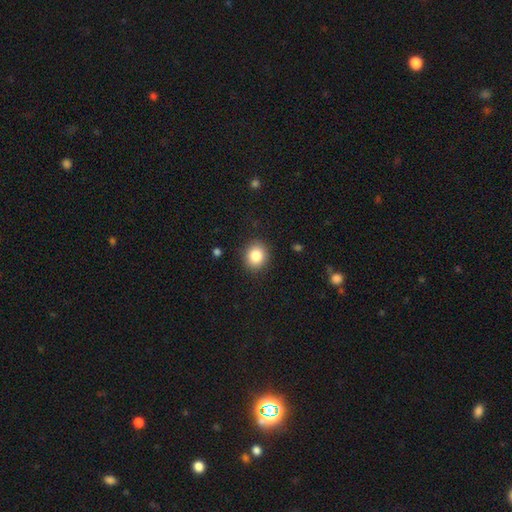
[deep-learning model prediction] This appears to be a smooth galaxy with no disk features (85%) that is round (73%). Merging: none (89%).